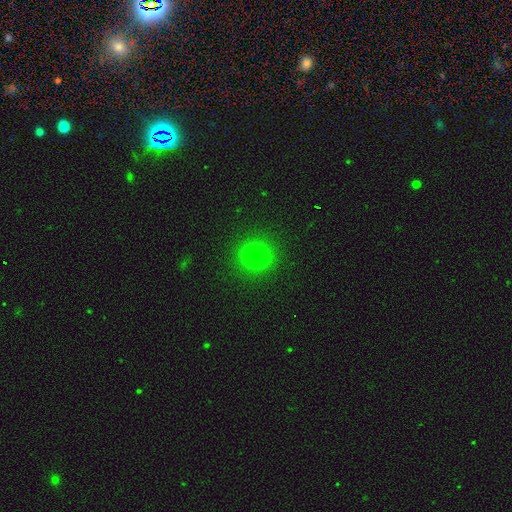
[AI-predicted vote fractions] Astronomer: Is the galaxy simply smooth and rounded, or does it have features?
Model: smooth — 75%.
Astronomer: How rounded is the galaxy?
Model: round — 88%.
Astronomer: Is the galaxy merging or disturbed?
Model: none — 91%.